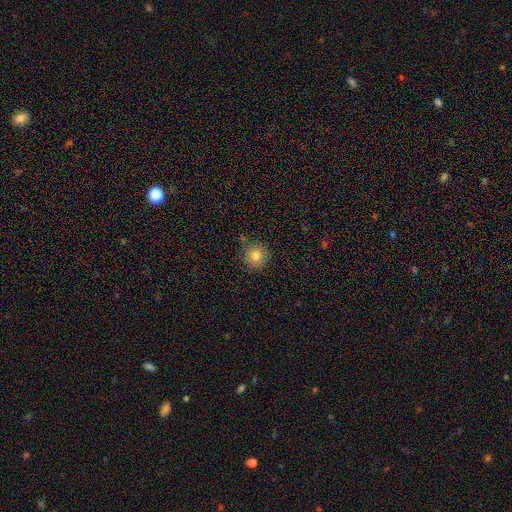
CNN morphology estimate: A smooth galaxy with no disk features (80%) that is round (93%). Merging: none (85%).